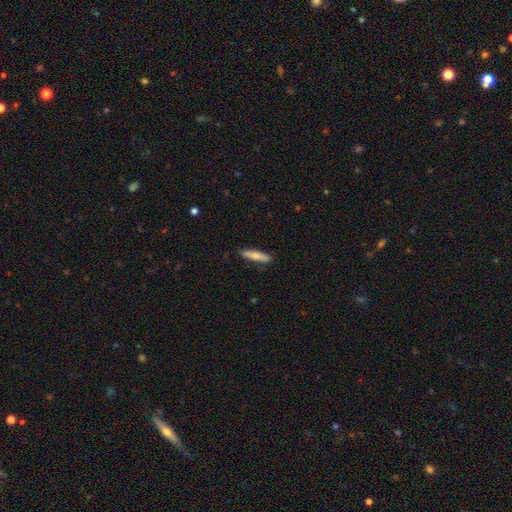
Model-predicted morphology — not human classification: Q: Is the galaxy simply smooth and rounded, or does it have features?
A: smooth — 78%.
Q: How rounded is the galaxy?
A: cigar-shaped — 82%.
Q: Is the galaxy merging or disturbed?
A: none — 85%.